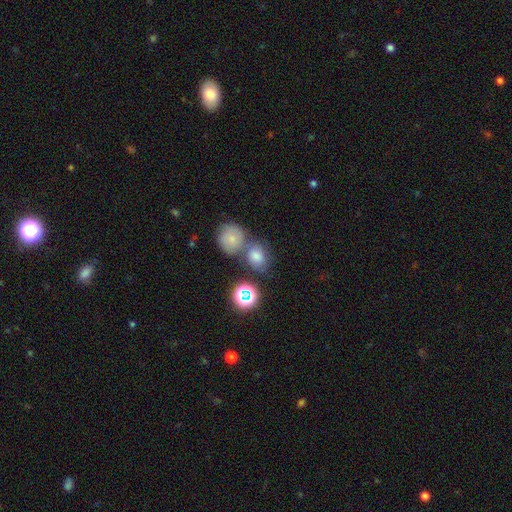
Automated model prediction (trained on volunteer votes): smooth_or_featured: smooth (p=0.62) [alt: star or artifact p=0.22]
how_rounded: round (p=0.64) [alt: in between p=0.34]
merging: none (p=0.47) [alt: merger p=0.38]